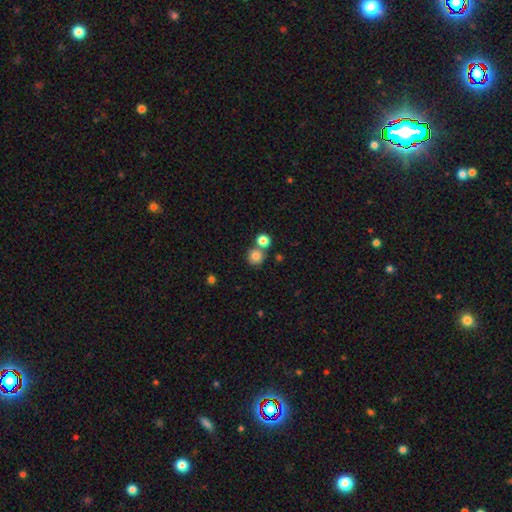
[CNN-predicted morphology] A smooth galaxy with no disk features (82%) that is round (90%).

Vote fractions:
- Smooth or featured? smooth: 82% / star or artifact: 11% / featured or disk: 7%
- How rounded? round: 90% / in between: 9% / cigar-shaped: 1%
- Merging? none: 64% / merger: 26% / minor disturbance: 7% / major disturbance: 3%